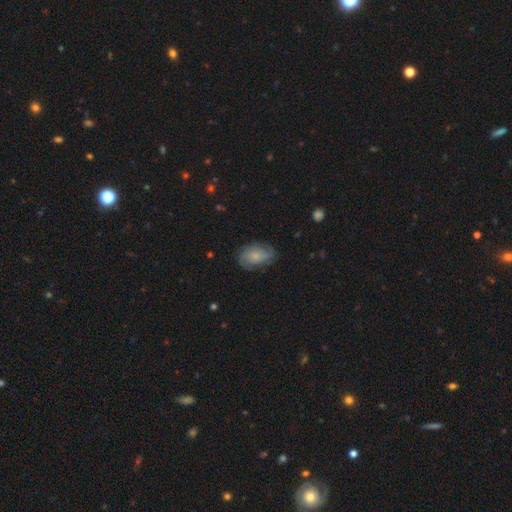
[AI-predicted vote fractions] The model was most divided on "smooth or featured": smooth: 57%, featured or disk: 35%, star or artifact: 8%. More confident: how rounded — in between (87%); merging — none (71%).